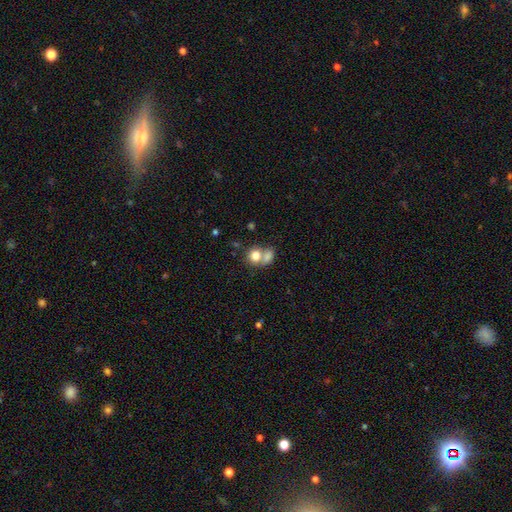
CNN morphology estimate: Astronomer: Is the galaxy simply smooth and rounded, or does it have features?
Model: smooth — 78%.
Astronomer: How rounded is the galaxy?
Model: round — 70%.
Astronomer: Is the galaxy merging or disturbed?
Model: merger — 55% (runner-up: none, 33%).